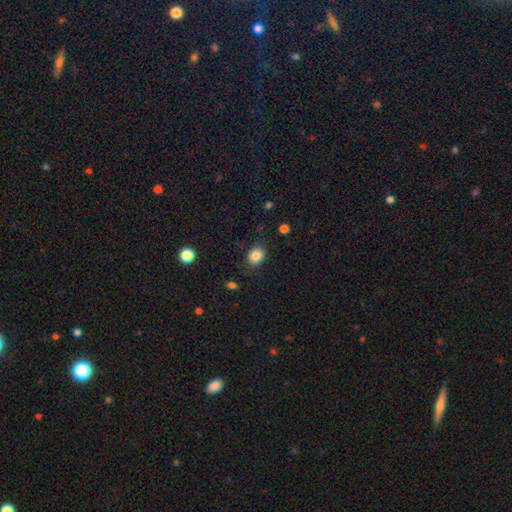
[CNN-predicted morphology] Q: Smooth or featured?
A: smooth (86%); runner-up: star or artifact (10%)
Q: How rounded?
A: in between (54%); runner-up: round (45%)
Q: Merging?
A: none (80%); runner-up: minor disturbance (14%)